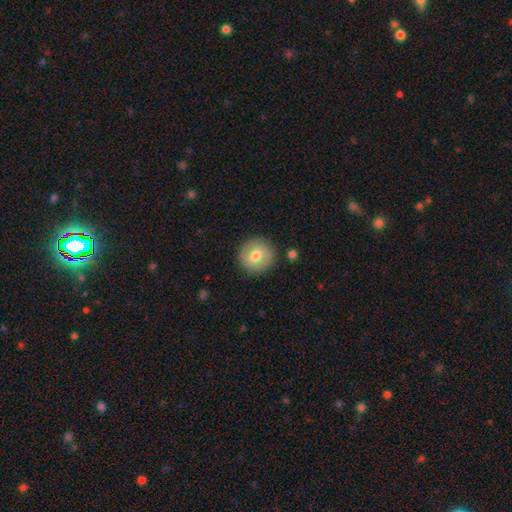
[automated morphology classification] smooth_or_featured: smooth (p=0.65) [alt: featured or disk p=0.28]
how_rounded: round (p=0.95) [alt: in between p=0.04]
merging: none (p=0.88) [alt: minor disturbance p=0.08]